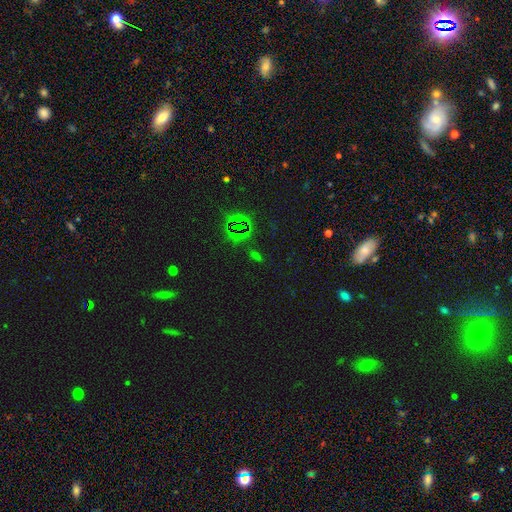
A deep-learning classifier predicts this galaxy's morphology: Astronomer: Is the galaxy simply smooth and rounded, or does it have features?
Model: star or artifact — 70%.